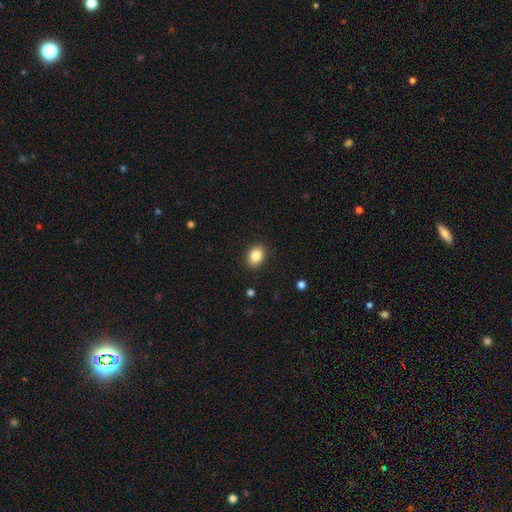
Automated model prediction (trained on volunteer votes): Q: Smooth or featured?
A: smooth (85%); runner-up: star or artifact (9%)
Q: How rounded?
A: in between (69%); runner-up: round (30%)
Q: Merging?
A: none (89%); runner-up: minor disturbance (8%)